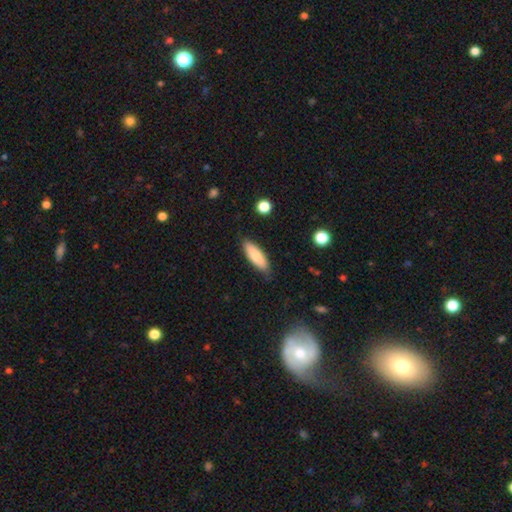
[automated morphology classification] Smooth or featured: smooth — 80% (featured or disk — 14%)
How rounded: in between — 57% (cigar-shaped — 41%)
Merging: none — 82% (minor disturbance — 14%)